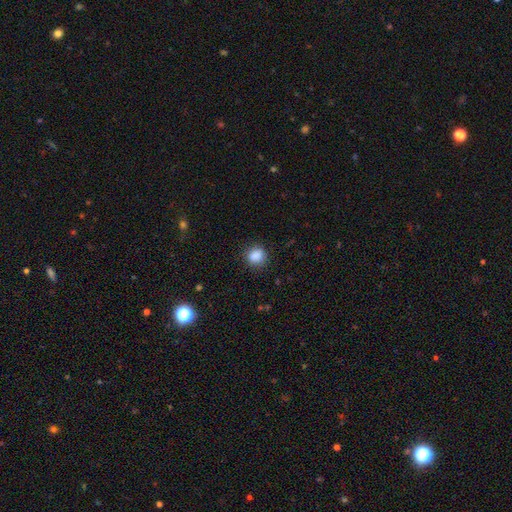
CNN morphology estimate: Smooth or featured? Predicted: smooth (p=0.87). How rounded? Predicted: round (p=0.74). Merging? Predicted: none (p=0.83).